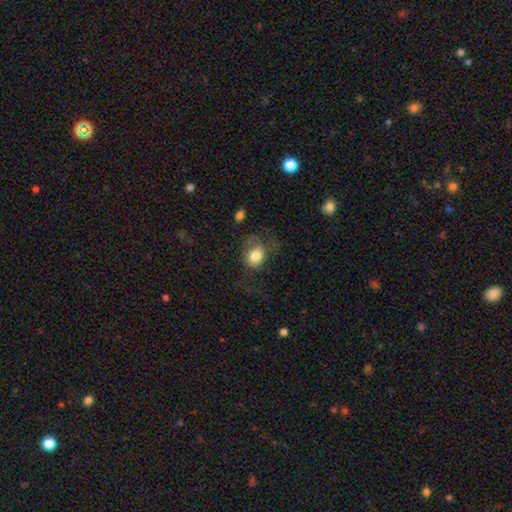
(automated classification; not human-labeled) A smooth galaxy with no disk features (78%) that is round (64%).

Vote fractions:
- Smooth or featured? smooth: 78% / featured or disk: 14% / star or artifact: 8%
- How rounded? round: 64% / in between: 35% / cigar-shaped: 1%
- Merging? none: 43% / major disturbance: 32% / minor disturbance: 23% / merger: 2%